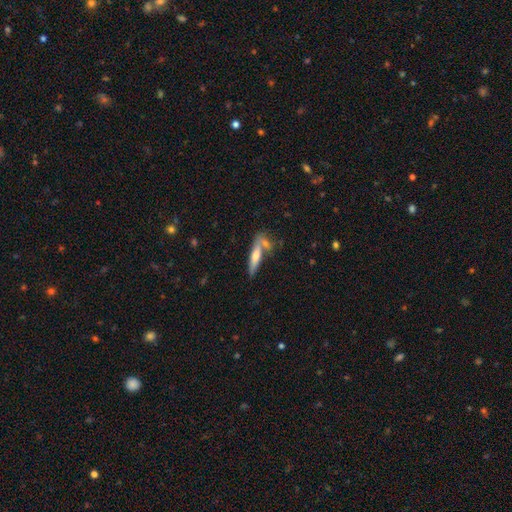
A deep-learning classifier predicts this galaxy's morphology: smooth-or-featured: smooth: 54% | featured or disk: 40% | star or artifact: 6%
  how-rounded: cigar-shaped: 81% | in between: 17% | round: 2%
  merging: none: 58% | merger: 25% | minor disturbance: 13% | major disturbance: 4%